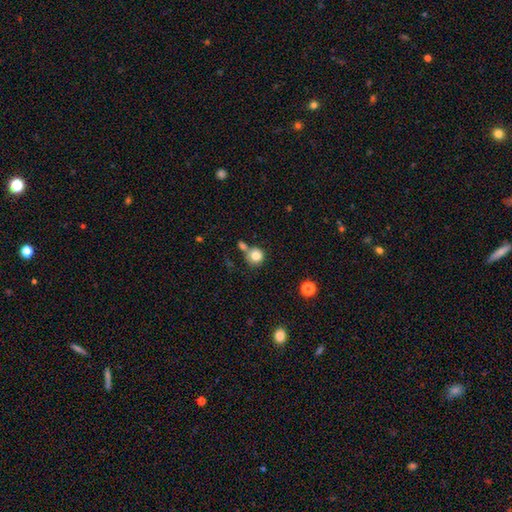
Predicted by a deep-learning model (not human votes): Overall: smooth (81%). How rounded: round (92%). Merging: none (65%).